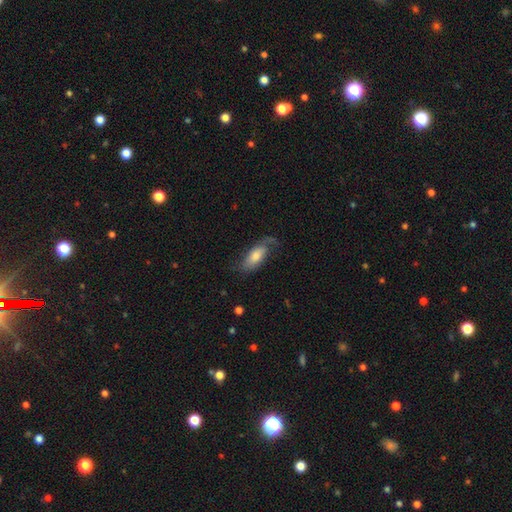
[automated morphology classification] A smooth galaxy with no disk features (57%) that is in between round and cigar-shaped (81%). Merging: none (53%).